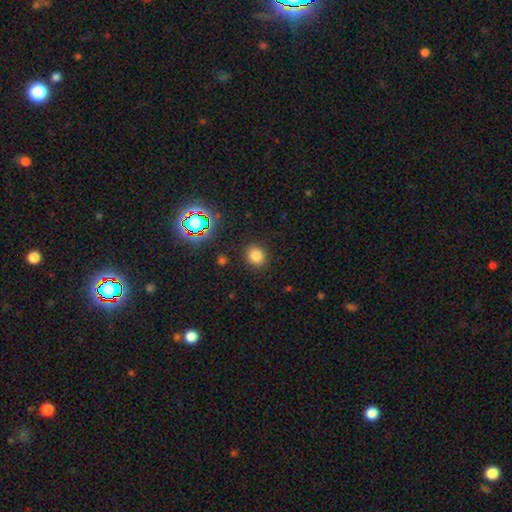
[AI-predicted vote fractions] Overall: smooth (79%). How rounded: round (79%). Merging: none (88%).